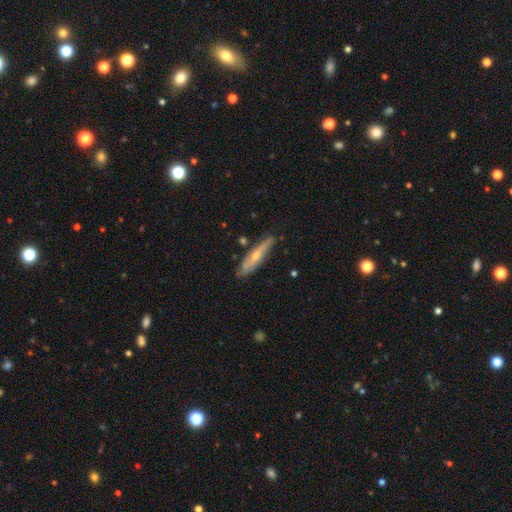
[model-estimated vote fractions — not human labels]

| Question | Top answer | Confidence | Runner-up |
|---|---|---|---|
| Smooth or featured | featured or disk | 62% | smooth (31%) |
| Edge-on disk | yes | 79% | no (21%) |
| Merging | none | 78% | minor disturbance (17%) |